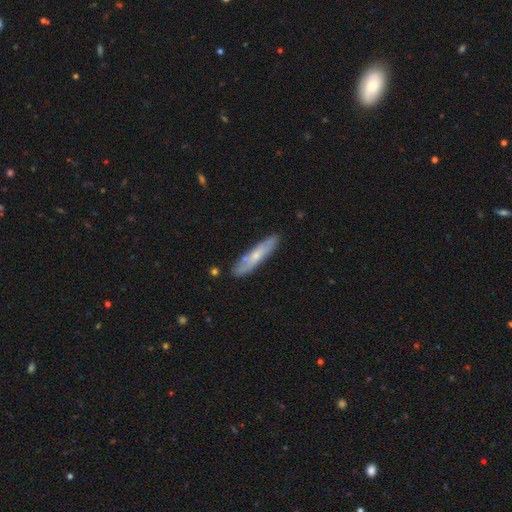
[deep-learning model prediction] smooth-or-featured: smooth: 48% | featured or disk: 46% | star or artifact: 6%
  merging: none: 80% | minor disturbance: 14% | merger: 3% | major disturbance: 2%